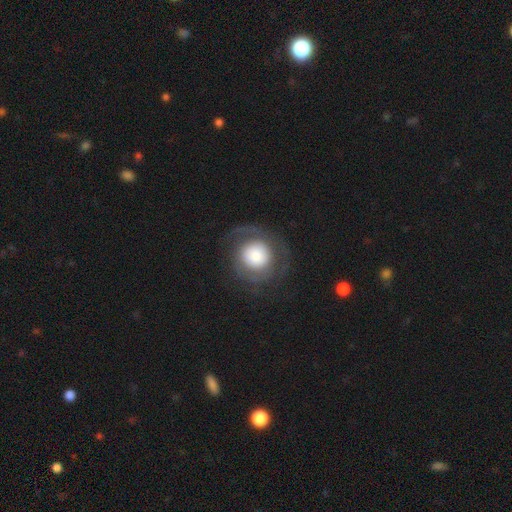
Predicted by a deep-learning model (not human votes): A smooth galaxy with no disk features (49%). Merging: none (71%).